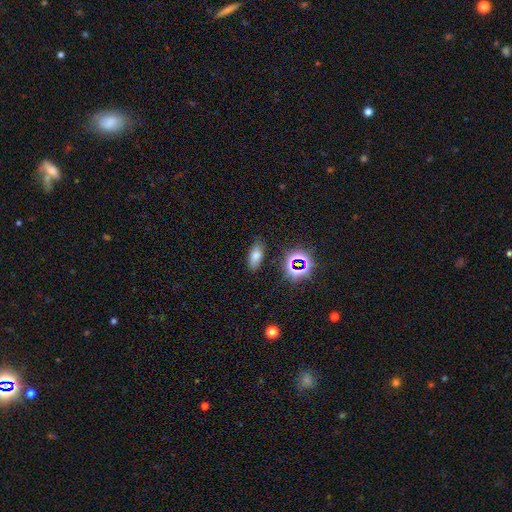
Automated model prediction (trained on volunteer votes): The model was most divided on "smooth or featured": smooth: 67%, star or artifact: 21%, featured or disk: 11%. More confident: how rounded — in between (84%); merging — none (84%).